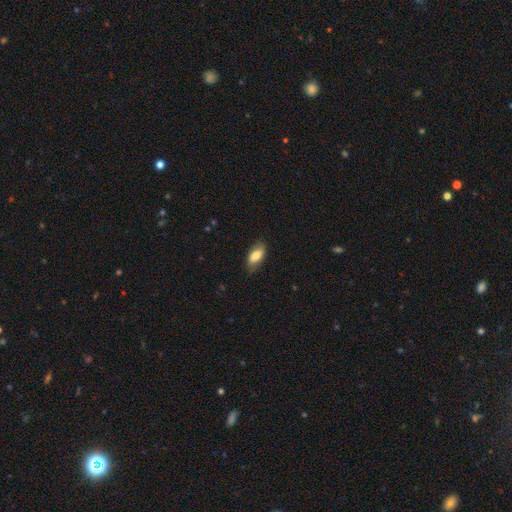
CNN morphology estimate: A smooth galaxy with no disk features (78%) that is in between round and cigar-shaped (89%).

Vote fractions:
- Smooth or featured? smooth: 78% / featured or disk: 16% / star or artifact: 7%
- How rounded? in between: 89% / cigar-shaped: 7% / round: 3%
- Merging? none: 78% / minor disturbance: 17% / major disturbance: 4% / merger: 1%